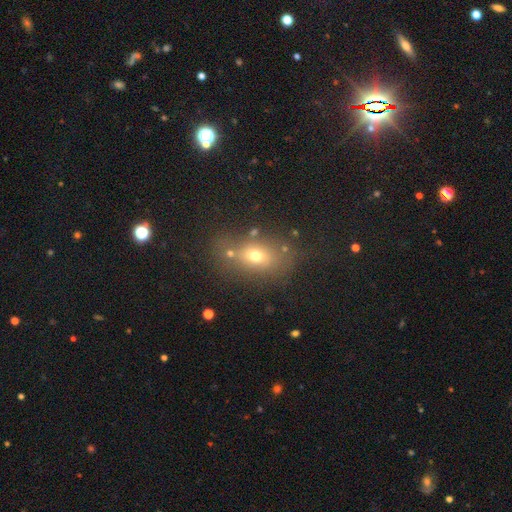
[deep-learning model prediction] Morphology: type=smooth (65%); roundness=in between (70%); merging=none (64%).